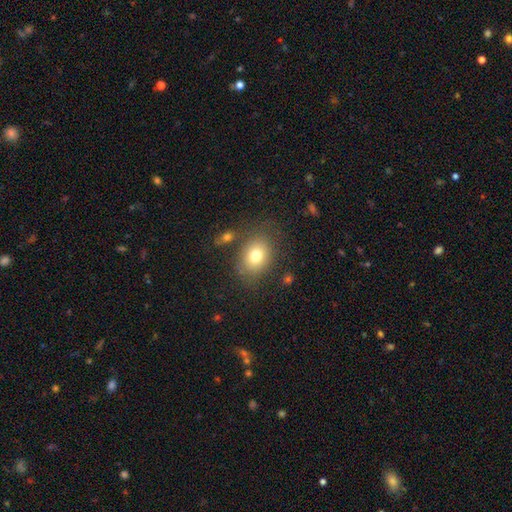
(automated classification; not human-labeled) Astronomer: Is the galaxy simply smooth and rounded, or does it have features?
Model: smooth — 76%.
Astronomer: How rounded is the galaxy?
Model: in between — 56% (runner-up: round, 43%).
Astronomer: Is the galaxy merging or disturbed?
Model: none — 75%.